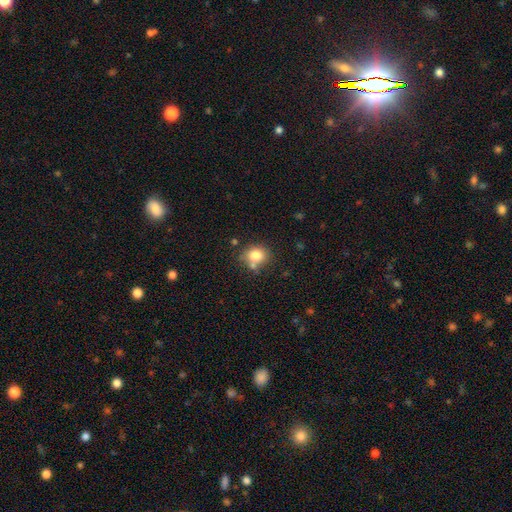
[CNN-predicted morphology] smooth-or-featured: smooth: 80% | star or artifact: 11% | featured or disk: 9%
  how-rounded: round: 67% | in between: 32% | cigar-shaped: 1%
  merging: none: 64% | merger: 16% | minor disturbance: 15% | major disturbance: 5%